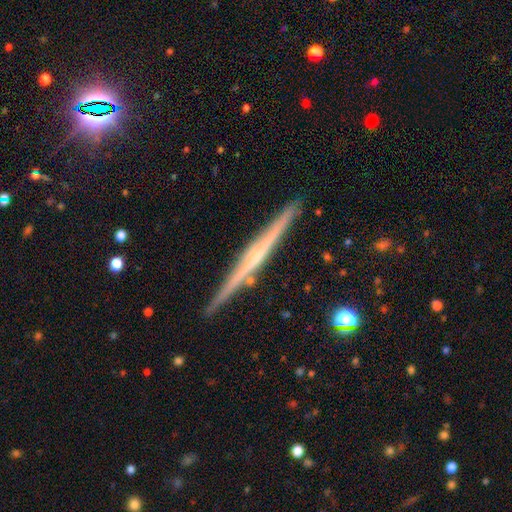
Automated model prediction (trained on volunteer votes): Overall: featured or disk (76%). Edge-on disk: yes (98%). Edge-on bulge: none (53%; rounded 37%). Merging: none (90%).